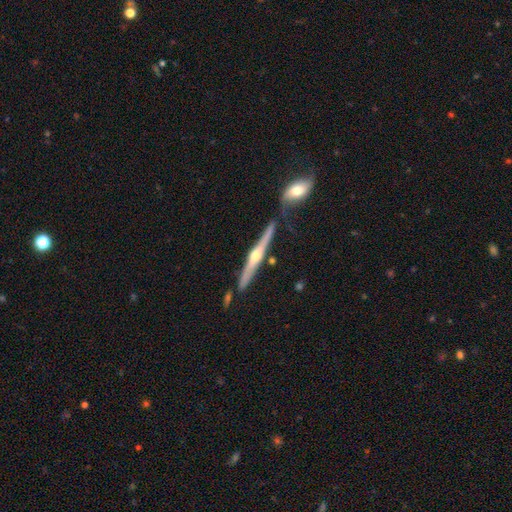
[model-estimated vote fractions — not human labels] This appears to be a featured or disk galaxy (75%) viewed edge-on (96%) with a rounded central bulge (90%). Merging: none (71%).